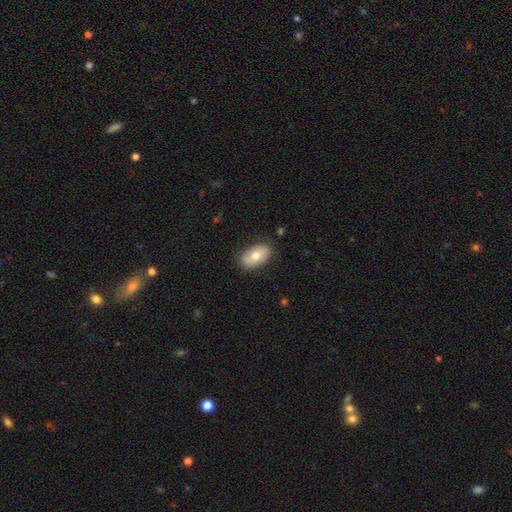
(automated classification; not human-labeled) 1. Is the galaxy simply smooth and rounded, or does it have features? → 72% smooth, 21% featured or disk, 6% star or artifact.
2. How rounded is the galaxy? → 92% in between, 6% round, 2% cigar-shaped.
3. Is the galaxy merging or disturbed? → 84% none, 12% minor disturbance, 3% major disturbance, 1% merger.